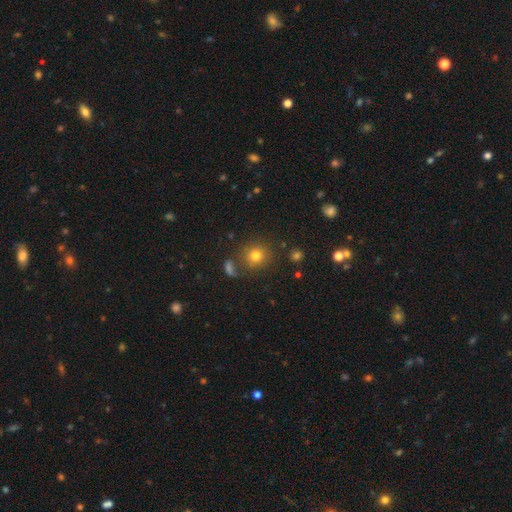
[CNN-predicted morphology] smooth-or-featured: smooth: 76% | star or artifact: 16% | featured or disk: 9%
  how-rounded: round: 89% | in between: 10% | cigar-shaped: 1%
  merging: none: 80% | minor disturbance: 9% | merger: 7% | major disturbance: 4%